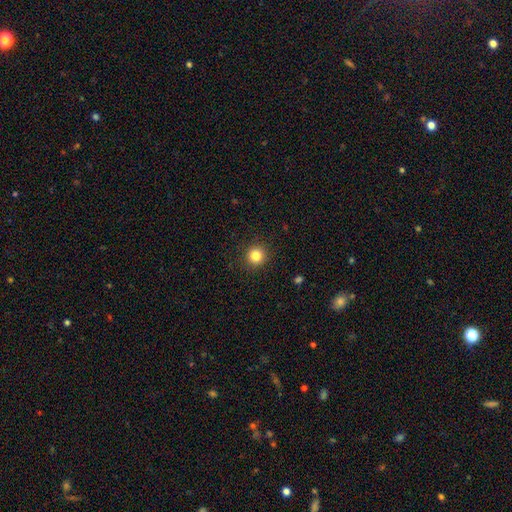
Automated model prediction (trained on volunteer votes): The model was most divided on "smooth or featured": smooth: 83%, star or artifact: 12%, featured or disk: 5%. More confident: how rounded — round (93%); merging — none (92%).